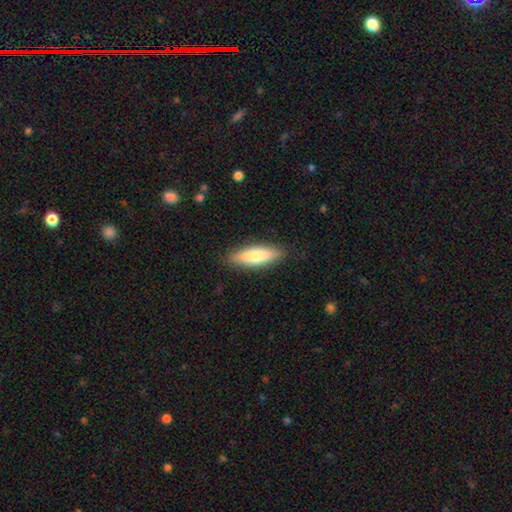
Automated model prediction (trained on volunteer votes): smooth 71%, featured or disk 24%, star or artifact 6%. Down the decision tree: how rounded — cigar-shaped (58%); merging — none (88%).